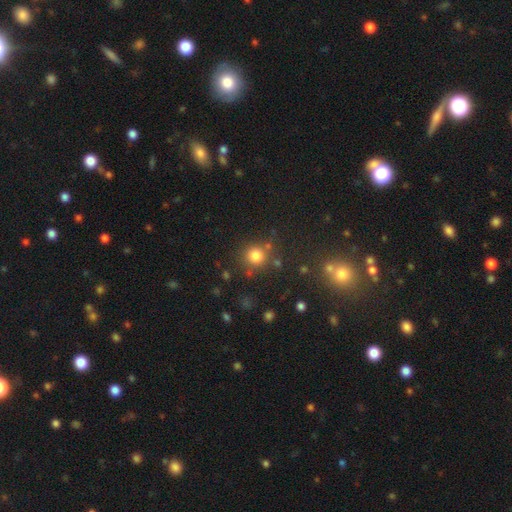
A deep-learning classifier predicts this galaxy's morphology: The model was most divided on "merging": none: 76%, minor disturbance: 11%, merger: 8%, major disturbance: 5%. More confident: how rounded — round (91%); smooth or featured — smooth (80%).